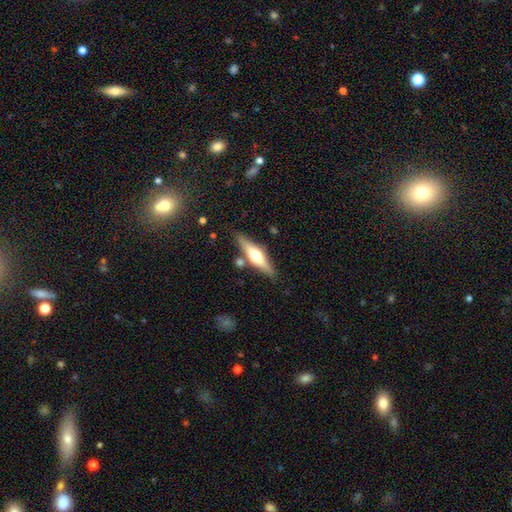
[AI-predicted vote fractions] A featured or disk galaxy (61%) viewed edge-on (94%) with a rounded central bulge (94%). Merging: none (80%).